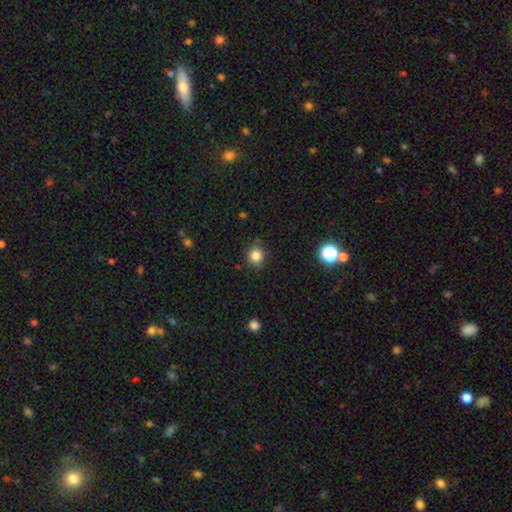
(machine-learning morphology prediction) Overall: smooth (83%). How rounded: round (77%). Merging: none (79%).